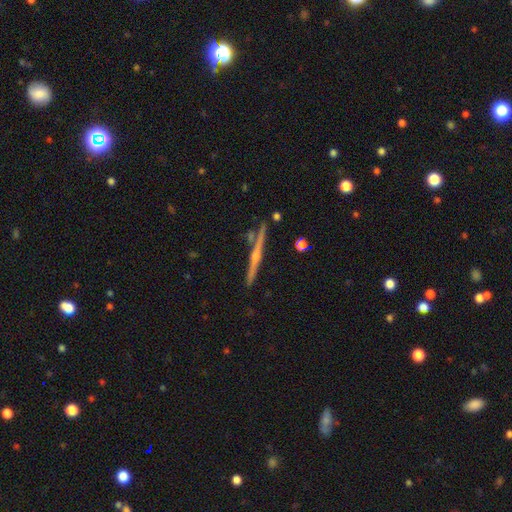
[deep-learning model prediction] The model was most divided on "edge-on bulge": rounded: 78%, none: 17%, boxy: 5%. More confident: edge-on disk — yes (98%); merging — none (87%); smooth or featured — featured or disk (78%).